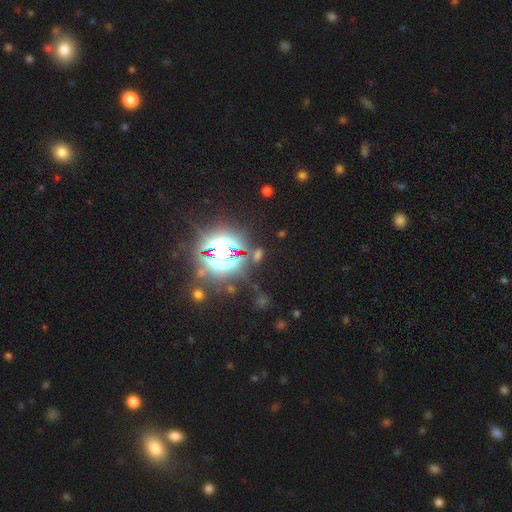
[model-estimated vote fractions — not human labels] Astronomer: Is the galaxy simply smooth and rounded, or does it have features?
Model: star or artifact — 76%.